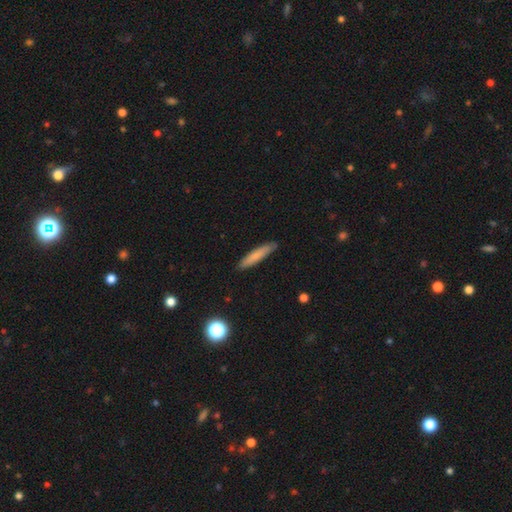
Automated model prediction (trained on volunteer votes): smooth 77%, featured or disk 16%, star or artifact 7%. Down the decision tree: how rounded — cigar-shaped (90%); merging — none (87%).